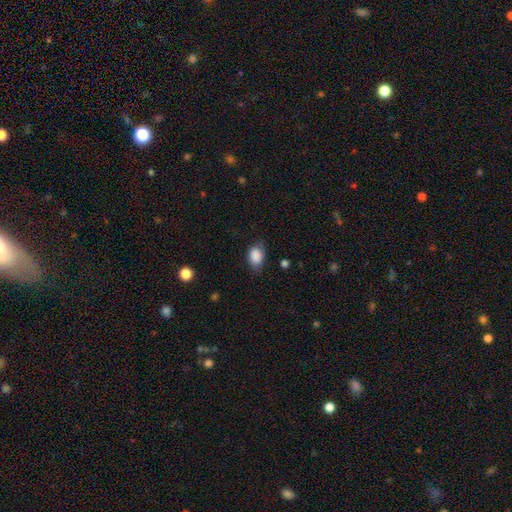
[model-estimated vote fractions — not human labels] smooth_or_featured: smooth (p=0.87) [alt: star or artifact p=0.07]
how_rounded: in between (p=0.80) [alt: round p=0.19]
merging: none (p=0.66) [alt: minor disturbance p=0.26]